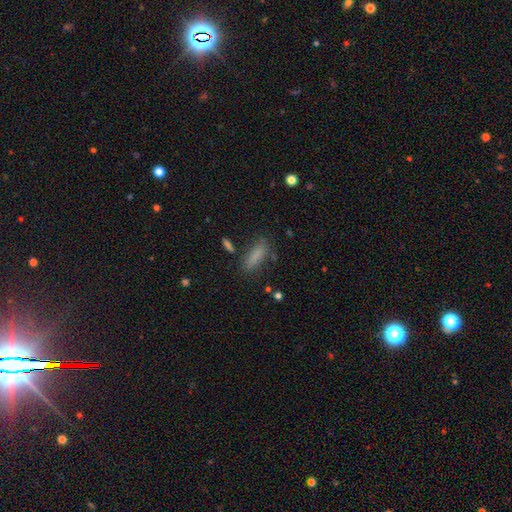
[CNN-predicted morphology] The model was most divided on "how rounded": in between: 50%, cigar-shaped: 48%, round: 3%. More confident: smooth or featured — smooth (81%); merging — none (73%).